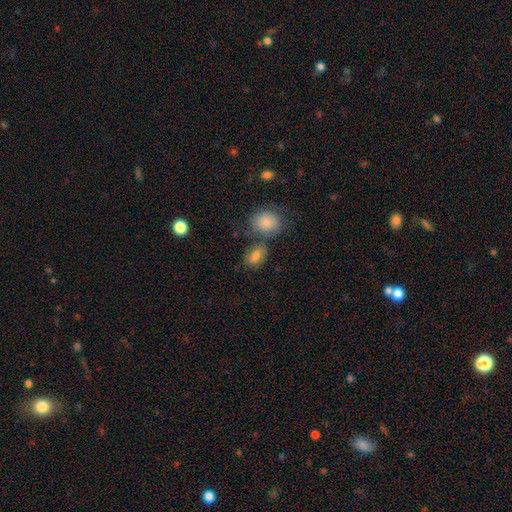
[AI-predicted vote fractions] The model was most divided on "merging": none: 58%, merger: 22%, minor disturbance: 15%, major disturbance: 5%. More confident: smooth or featured — smooth (80%); how rounded — in between (78%).